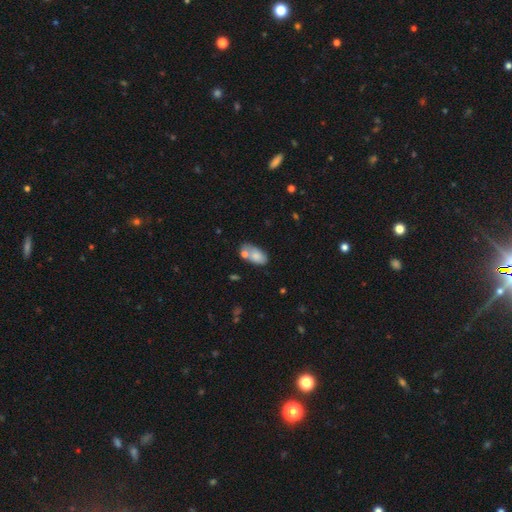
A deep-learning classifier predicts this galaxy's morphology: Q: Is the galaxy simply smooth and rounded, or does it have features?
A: smooth — 76%.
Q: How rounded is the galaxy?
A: in between — 91%.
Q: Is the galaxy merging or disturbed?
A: none — 43%.